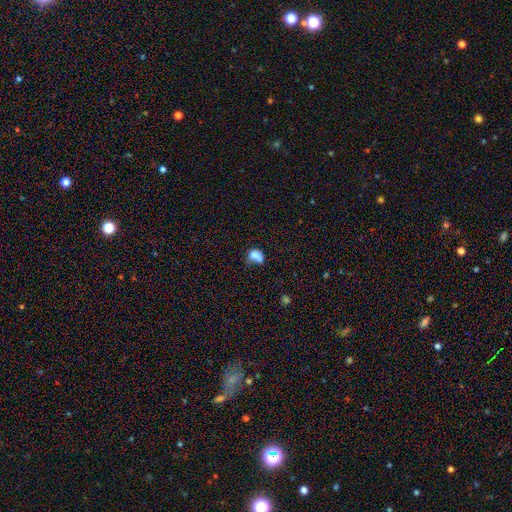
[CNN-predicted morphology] Overall: smooth (74%). How rounded: in between (68%; round 29%). Merging: none (26%, tied with merger).